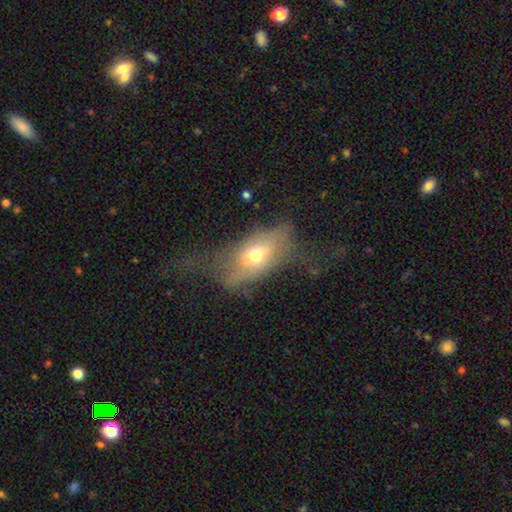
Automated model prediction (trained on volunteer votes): Smooth or featured? smooth (56%)
How rounded? in between (82%)
Merging? none (40%)